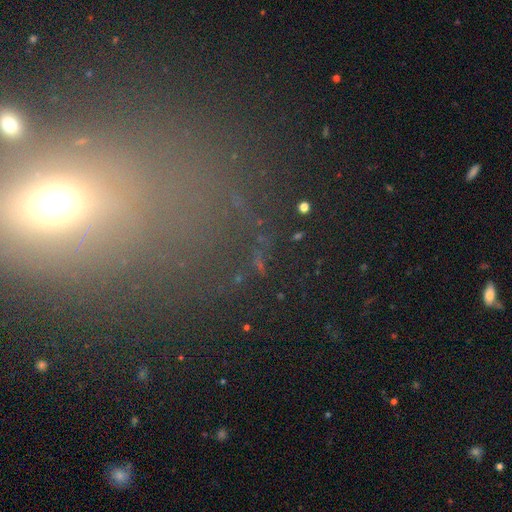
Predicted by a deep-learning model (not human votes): Morphology: type=star or artifact (48%).